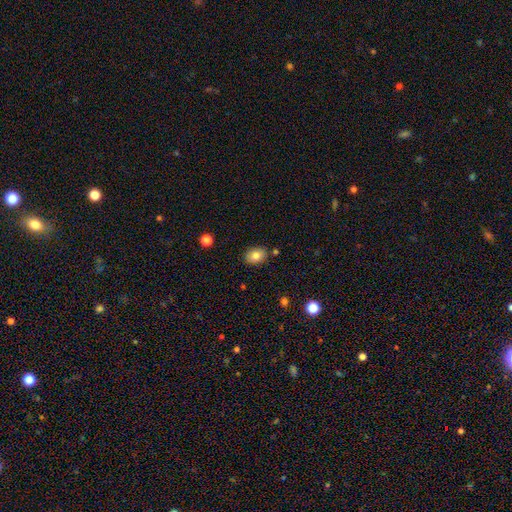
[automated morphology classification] A smooth galaxy with no disk features (82%) that is in between round and cigar-shaped (70%). Merging: none (83%).